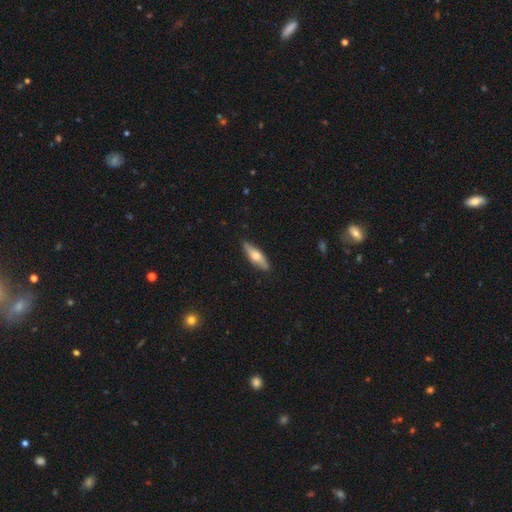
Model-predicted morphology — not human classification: smooth 55%, featured or disk 39%, star or artifact 5%. Down the decision tree: how rounded — cigar-shaped (53%); merging — none (85%).